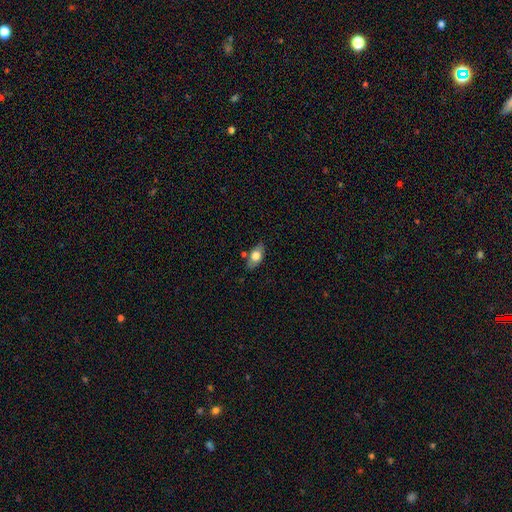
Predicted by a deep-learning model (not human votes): A smooth galaxy with no disk features (68%) that is in between round and cigar-shaped (86%).

Vote fractions:
- Smooth or featured? smooth: 68% / featured or disk: 25% / star or artifact: 7%
- How rounded? in between: 86% / round: 8% / cigar-shaped: 6%
- Merging? none: 73% / minor disturbance: 18% / merger: 5% / major disturbance: 4%